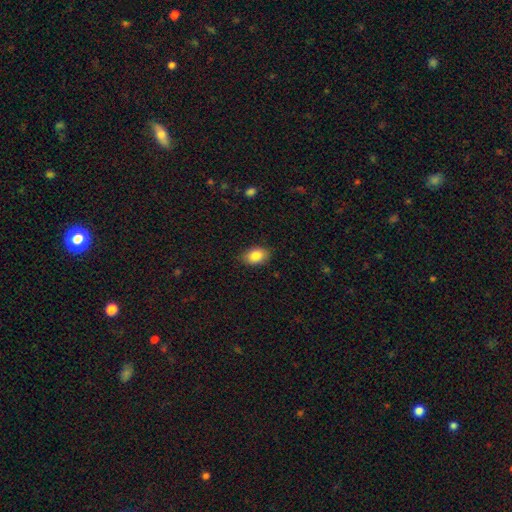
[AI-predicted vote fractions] Smooth or featured? Predicted: smooth (p=0.86). How rounded? Predicted: in between (p=0.83). Merging? Predicted: none (p=0.84).